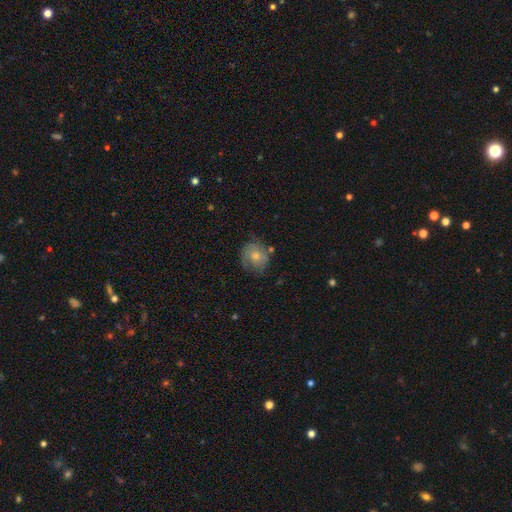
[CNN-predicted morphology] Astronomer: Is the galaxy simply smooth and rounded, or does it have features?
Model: featured or disk — 47% (runner-up: smooth, 41%).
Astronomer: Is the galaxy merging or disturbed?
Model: none — 72%.